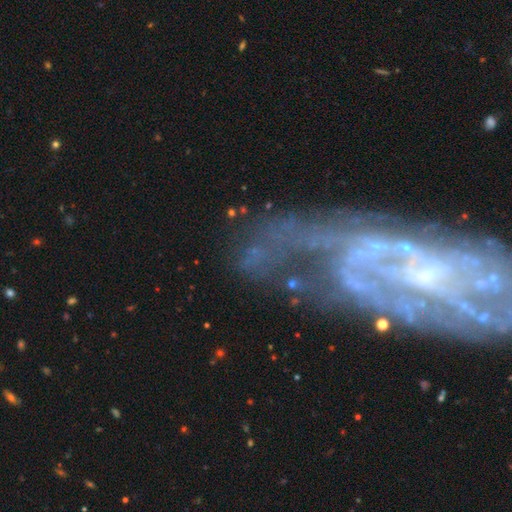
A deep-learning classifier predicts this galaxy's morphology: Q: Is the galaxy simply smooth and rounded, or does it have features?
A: featured or disk — 61%.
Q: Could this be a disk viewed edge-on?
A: no — 92%.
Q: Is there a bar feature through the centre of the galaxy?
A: no — 58%.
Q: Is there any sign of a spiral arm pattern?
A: yes — 56%.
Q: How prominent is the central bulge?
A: none — 37%, tied with small.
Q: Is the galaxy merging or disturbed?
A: none — 36%.